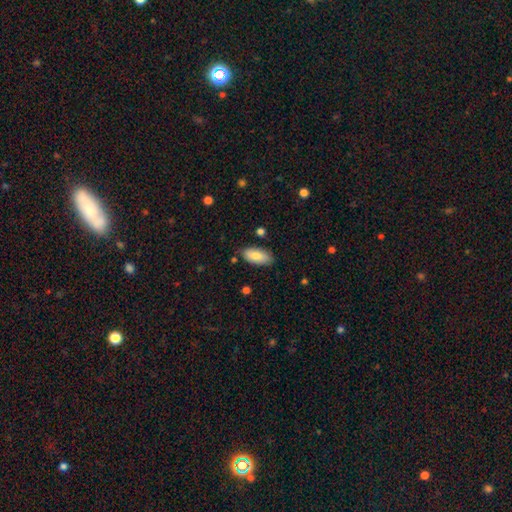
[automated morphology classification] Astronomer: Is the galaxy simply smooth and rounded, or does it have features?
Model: smooth — 81%.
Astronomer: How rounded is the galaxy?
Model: in between — 91%.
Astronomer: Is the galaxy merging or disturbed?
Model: none — 81%.